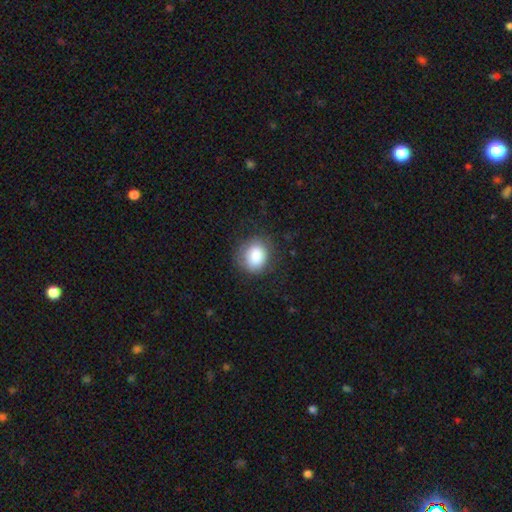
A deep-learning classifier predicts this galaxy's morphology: Smooth or featured?
  - smooth: 83% *
  - featured or disk: 9%
  - star or artifact: 8%
How rounded?
  - round: 73% *
  - in between: 26%
  - cigar-shaped: 1%
Merging?
  - none: 75% *
  - minor disturbance: 17%
  - major disturbance: 7%
  - merger: 1%